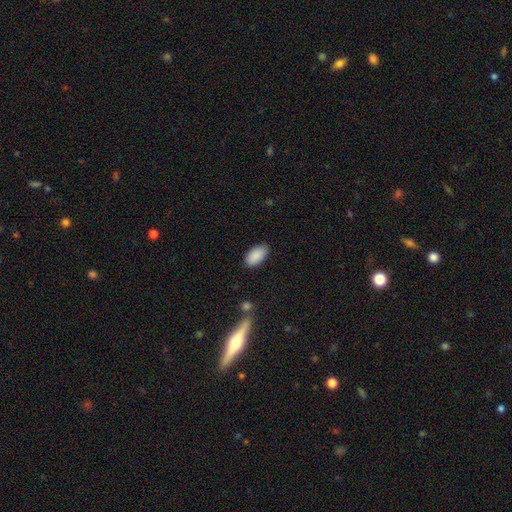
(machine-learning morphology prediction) Smooth or featured: smooth — 89% (star or artifact — 7%)
How rounded: in between — 95% (cigar-shaped — 3%)
Merging: none — 83% (minor disturbance — 13%)